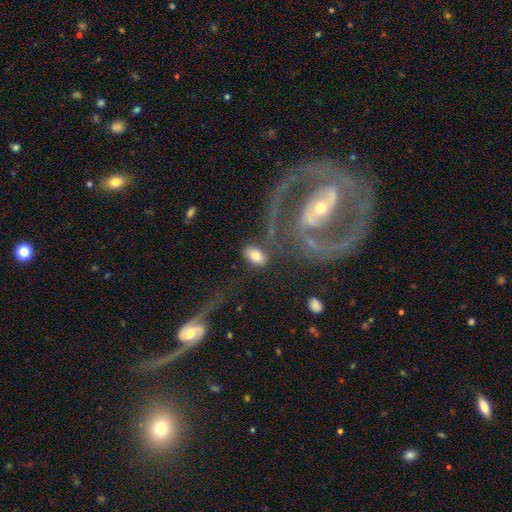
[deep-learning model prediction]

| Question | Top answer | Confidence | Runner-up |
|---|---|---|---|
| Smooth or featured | smooth | 75% | featured or disk (17%) |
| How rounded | in between | 91% | round (7%) |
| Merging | none | 68% | minor disturbance (14%) |